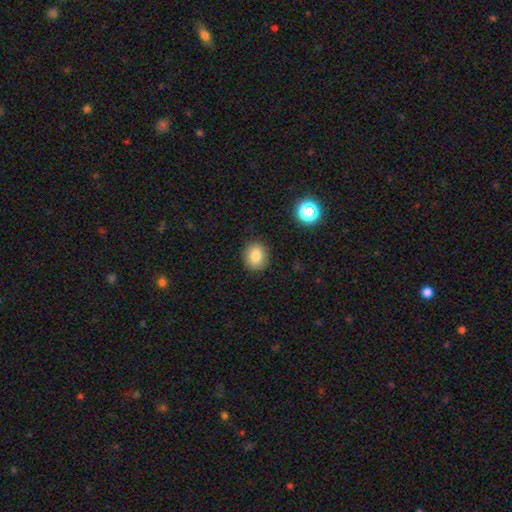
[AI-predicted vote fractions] Smooth or featured? Predicted: smooth (p=0.82). How rounded? Predicted: round (p=0.68). Merging? Predicted: none (p=0.89).